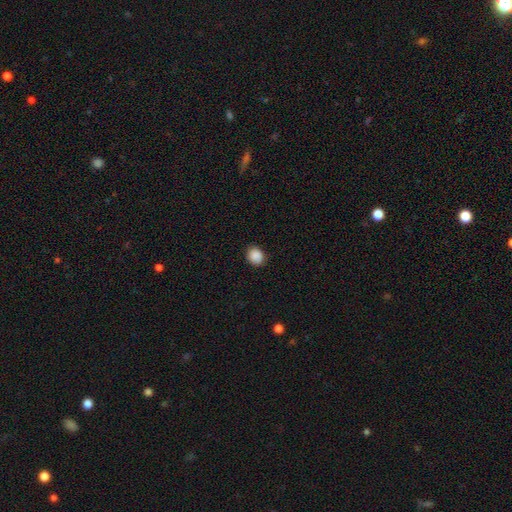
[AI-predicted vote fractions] This appears to be a smooth galaxy with no disk features (89%) that is round (70%). Merging: none (87%).